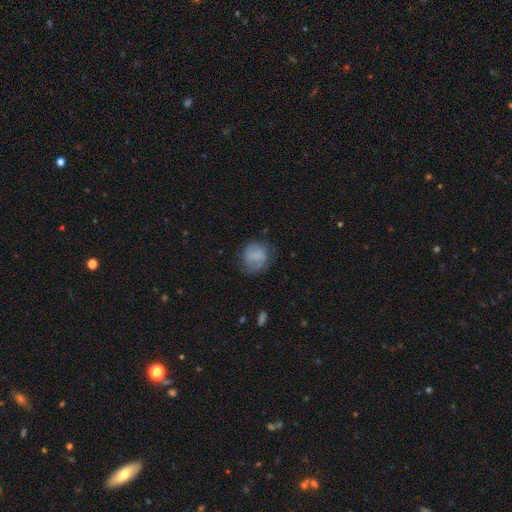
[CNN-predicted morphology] Overall: smooth (76%). How rounded: round (78%). Merging: none (67%).